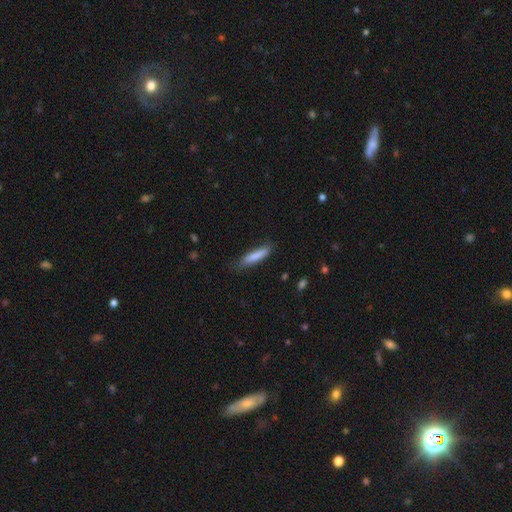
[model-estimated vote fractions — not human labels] Overall: smooth (83%). How rounded: cigar-shaped (84%). Merging: none (76%).